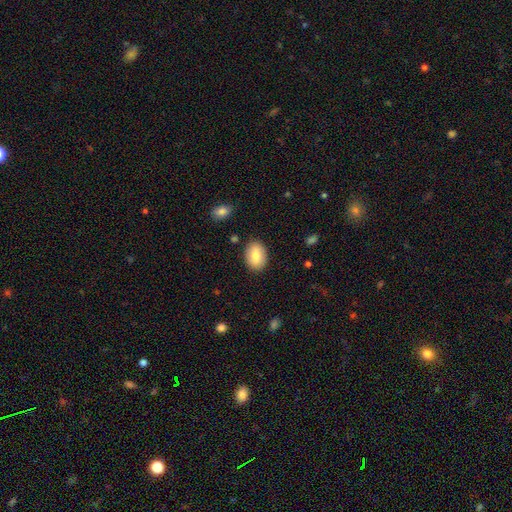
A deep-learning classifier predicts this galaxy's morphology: smooth-or-featured: smooth: 80% | featured or disk: 13% | star or artifact: 7%
  how-rounded: in between: 81% | round: 18% | cigar-shaped: 1%
  merging: none: 87% | minor disturbance: 9% | major disturbance: 2% | merger: 1%